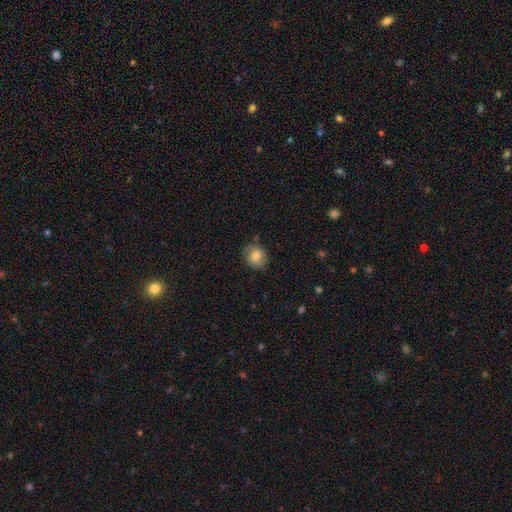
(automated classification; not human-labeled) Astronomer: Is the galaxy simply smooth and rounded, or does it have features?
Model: smooth — 76%.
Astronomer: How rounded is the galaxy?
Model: round — 62%.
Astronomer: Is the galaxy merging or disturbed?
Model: none — 77%.